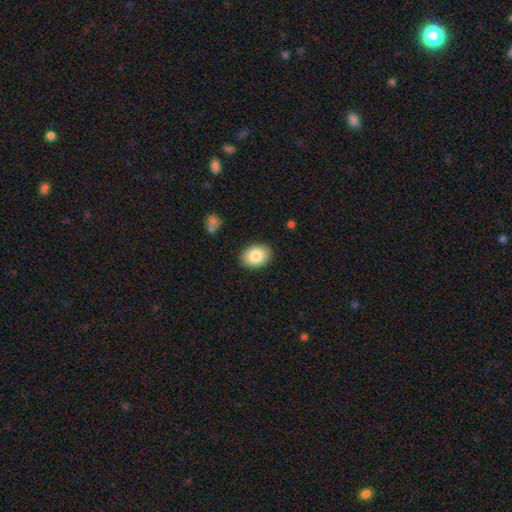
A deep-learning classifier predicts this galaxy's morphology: Smooth or featured? Predicted: smooth (p=0.84). How rounded? Predicted: in between (p=0.77). Merging? Predicted: none (p=0.89).